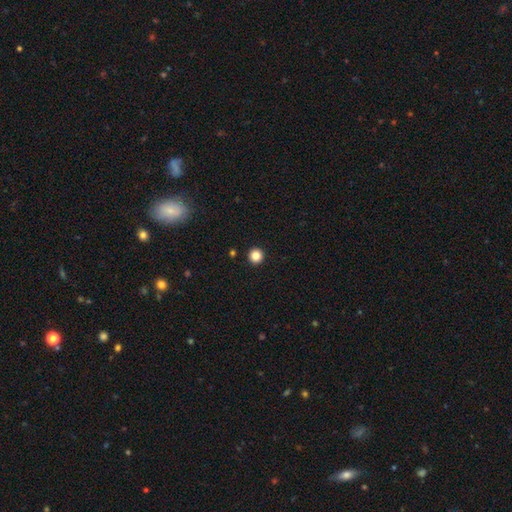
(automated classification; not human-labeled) Smooth or featured: smooth — 85% (star or artifact — 11%)
How rounded: round — 96% (in between — 3%)
Merging: none — 94% (minor disturbance — 3%)